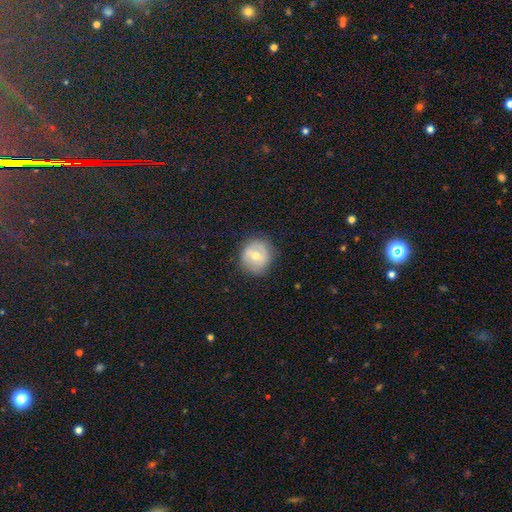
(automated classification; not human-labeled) A smooth galaxy with no disk features (50%). Merging: none (83%).